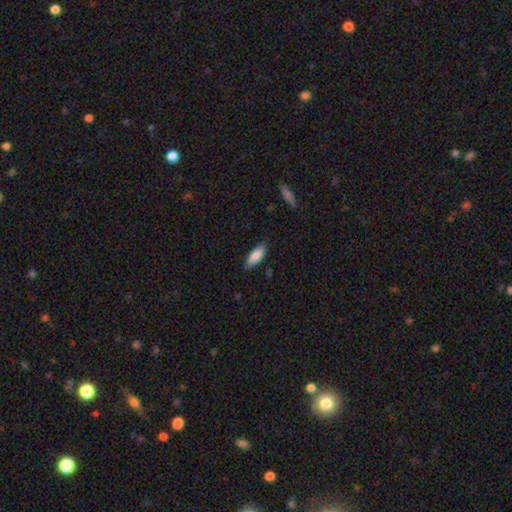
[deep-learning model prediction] smooth 85%, featured or disk 9%, star or artifact 6%. Down the decision tree: how rounded — in between (65%); merging — none (80%).